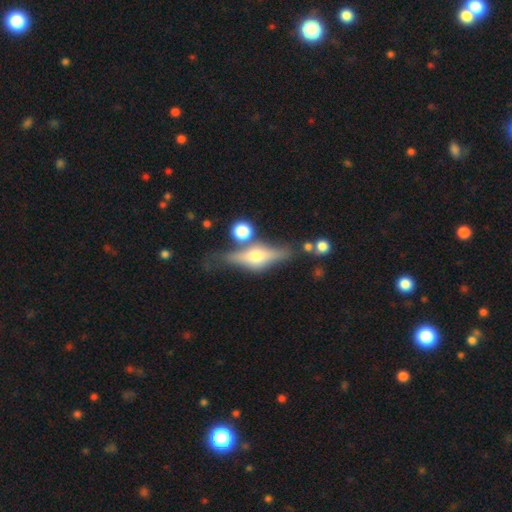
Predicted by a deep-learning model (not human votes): Smooth or featured? Predicted: featured or disk (p=0.69). Edge-on disk? Predicted: yes (p=0.92). Edge-on bulge? Predicted: rounded (p=0.92). Merging? Predicted: none (p=0.69).